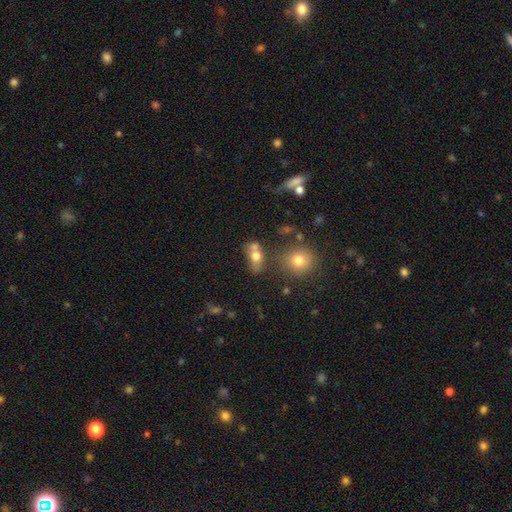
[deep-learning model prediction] This is likely a smooth galaxy (71%). How rounded: likely in between (67%). Merging: marginally none (40%).